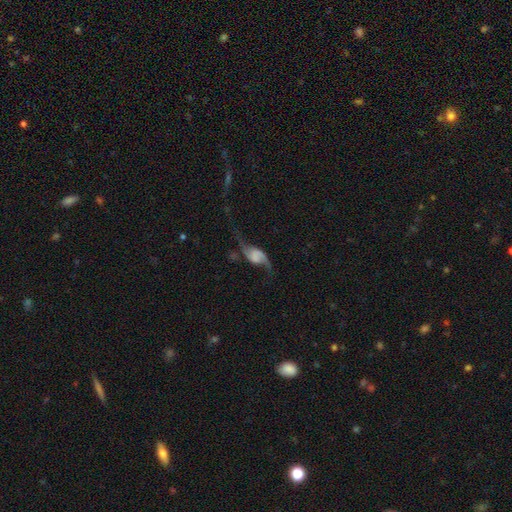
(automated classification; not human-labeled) This is likely a featured or disk galaxy (77%). It is clearly not viewed edge-on (93%). Bar: possibly no (56%). Spiral arm pattern: clearly yes (93%). Spiral arm count: clearly 2 (91%). Spiral winding: clearly loose (87%). Central bulge: likely none (60%). Merging: possibly none (51%).